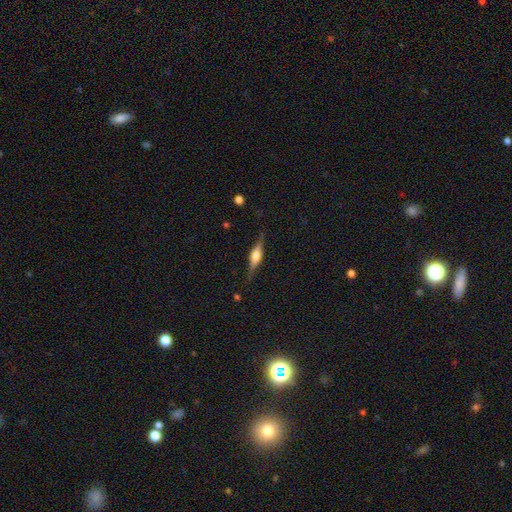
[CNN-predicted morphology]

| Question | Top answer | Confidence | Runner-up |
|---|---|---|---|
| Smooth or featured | featured or disk | 65% | smooth (28%) |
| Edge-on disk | yes | 96% | no (4%) |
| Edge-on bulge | rounded | 82% | boxy (16%) |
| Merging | none | 84% | minor disturbance (12%) |